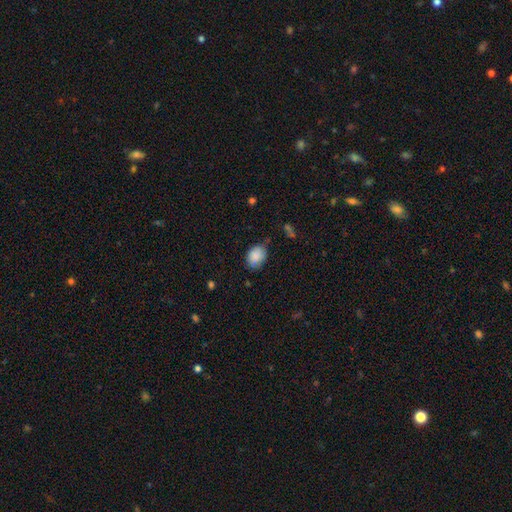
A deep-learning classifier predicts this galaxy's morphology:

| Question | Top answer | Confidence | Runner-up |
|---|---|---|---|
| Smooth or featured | smooth | 86% | star or artifact (8%) |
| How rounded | in between | 69% | round (30%) |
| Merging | none | 71% | minor disturbance (23%) |